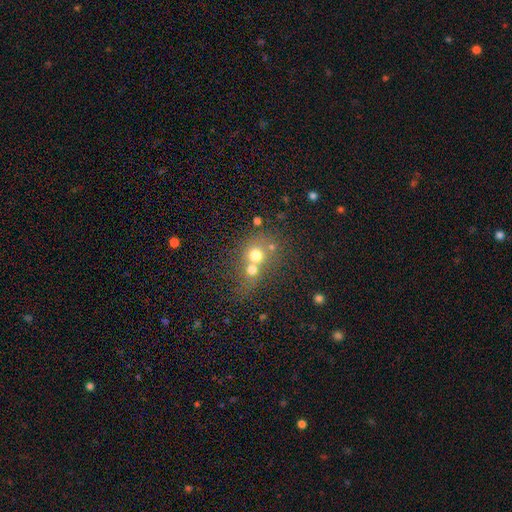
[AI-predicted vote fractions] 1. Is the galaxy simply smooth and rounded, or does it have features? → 65% smooth, 20% featured or disk, 15% star or artifact.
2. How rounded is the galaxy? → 79% round, 19% in between, 1% cigar-shaped.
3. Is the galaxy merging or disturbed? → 65% merger, 26% none, 5% minor disturbance, 4% major disturbance.